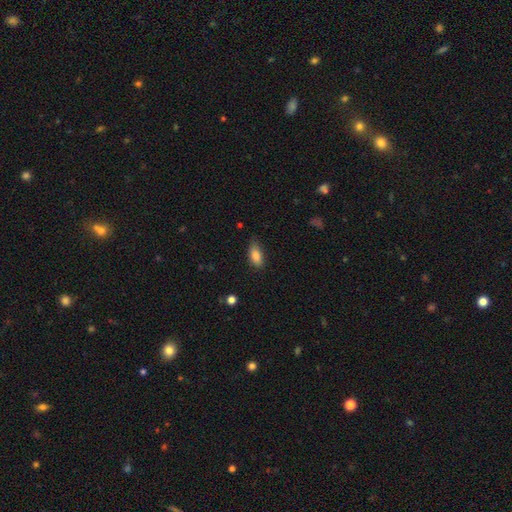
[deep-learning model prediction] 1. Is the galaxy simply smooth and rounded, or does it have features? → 84% smooth, 8% star or artifact, 8% featured or disk.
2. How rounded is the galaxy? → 86% in between, 10% cigar-shaped, 4% round.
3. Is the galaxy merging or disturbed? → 70% none, 24% minor disturbance, 4% major disturbance, 1% merger.